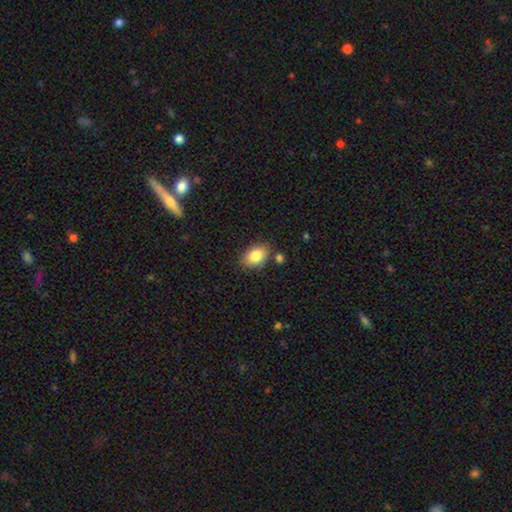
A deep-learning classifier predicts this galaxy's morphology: This is clearly a smooth galaxy (85%). How rounded: clearly in between (85%). Merging: likely none (80%).